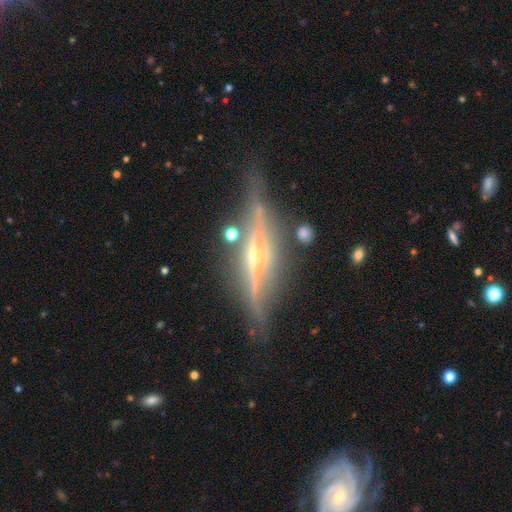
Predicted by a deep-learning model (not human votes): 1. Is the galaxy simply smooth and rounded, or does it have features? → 86% featured or disk, 8% smooth, 6% star or artifact.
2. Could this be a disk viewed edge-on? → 95% yes, 5% no.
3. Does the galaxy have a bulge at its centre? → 73% rounded, 17% none, 10% boxy.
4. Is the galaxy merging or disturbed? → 79% none, 14% minor disturbance, 4% major disturbance, 3% merger.